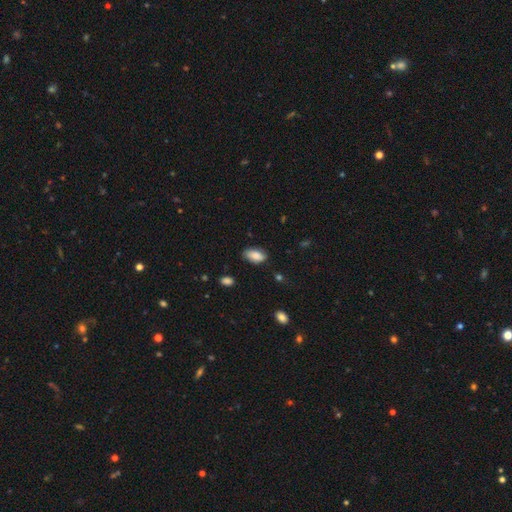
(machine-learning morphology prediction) Overall: smooth (85%). How rounded: in between (93%). Merging: none (78%).